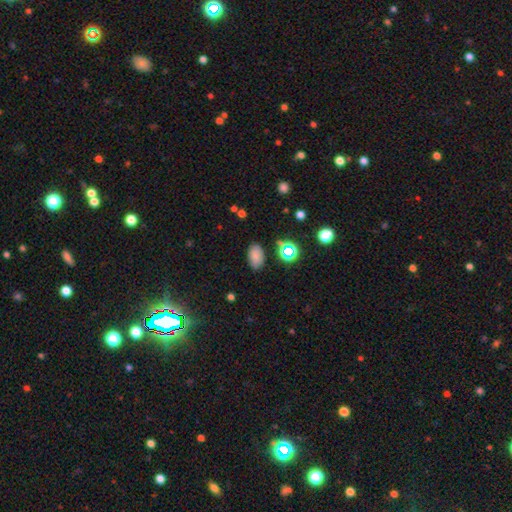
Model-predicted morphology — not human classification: smooth-or-featured: smooth: 77% | star or artifact: 16% | featured or disk: 8%
  how-rounded: in between: 90% | round: 9% | cigar-shaped: 1%
  merging: none: 81% | minor disturbance: 13% | major disturbance: 3% | merger: 2%